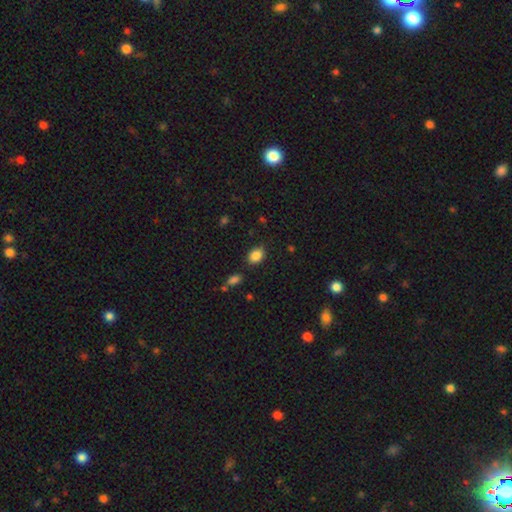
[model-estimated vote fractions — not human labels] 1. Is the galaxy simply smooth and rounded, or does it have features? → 86% smooth, 9% star or artifact, 5% featured or disk.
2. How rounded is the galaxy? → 73% in between, 25% round, 1% cigar-shaped.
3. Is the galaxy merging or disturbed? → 82% none, 13% minor disturbance, 3% major disturbance, 3% merger.